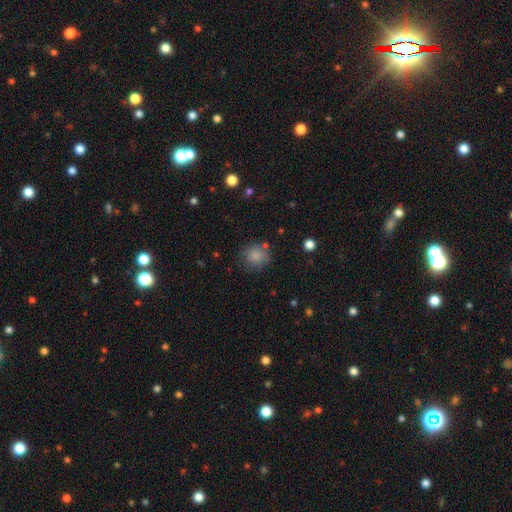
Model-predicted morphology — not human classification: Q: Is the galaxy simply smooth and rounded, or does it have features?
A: smooth — 84%.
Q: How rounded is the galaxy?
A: round — 88%.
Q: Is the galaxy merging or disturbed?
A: none — 77%.